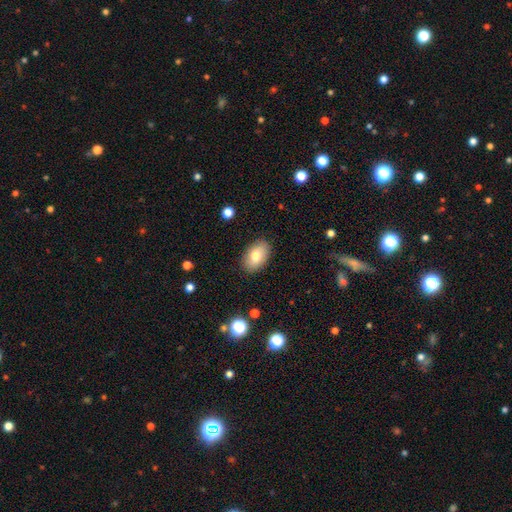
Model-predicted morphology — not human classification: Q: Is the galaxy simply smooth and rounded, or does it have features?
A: smooth — 75%.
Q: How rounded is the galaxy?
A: in between — 90%.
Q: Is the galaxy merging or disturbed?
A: none — 87%.